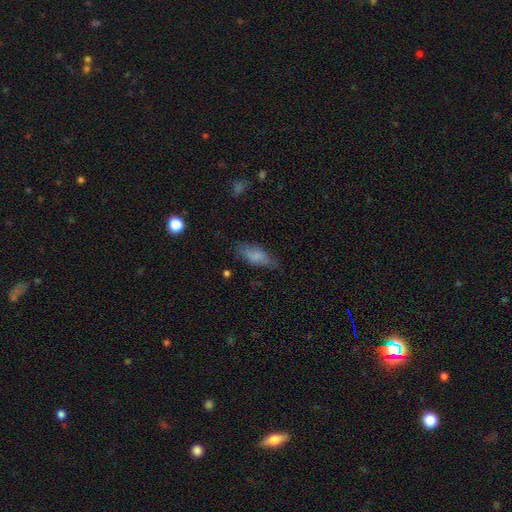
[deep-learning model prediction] A smooth galaxy with no disk features (74%) that is in between round and cigar-shaped (70%). Merging: none (67%).